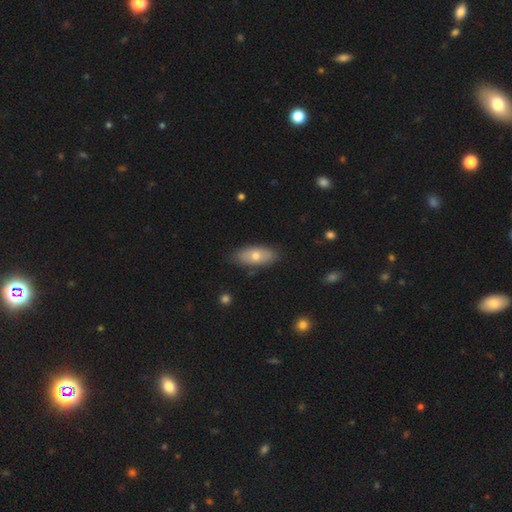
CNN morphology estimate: Smooth or featured?
  - smooth: 64% *
  - featured or disk: 29%
  - star or artifact: 6%
How rounded?
  - in between: 85% *
  - cigar-shaped: 11%
  - round: 4%
Merging?
  - none: 83% *
  - minor disturbance: 13%
  - major disturbance: 2%
  - merger: 1%